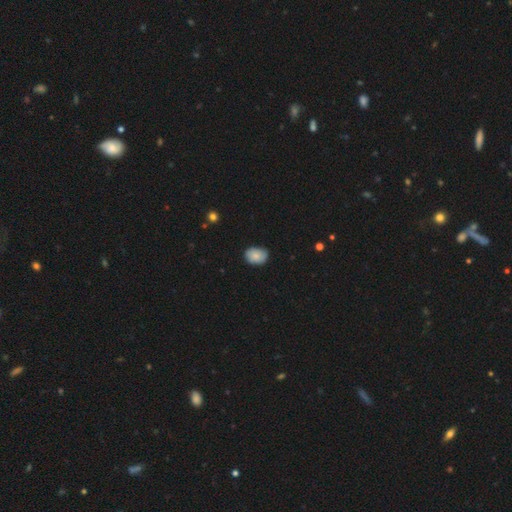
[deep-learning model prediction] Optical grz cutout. It shows a smooth galaxy with no disk features (85%) that is in between round and cigar-shaped (67%). Merging: none (78%).